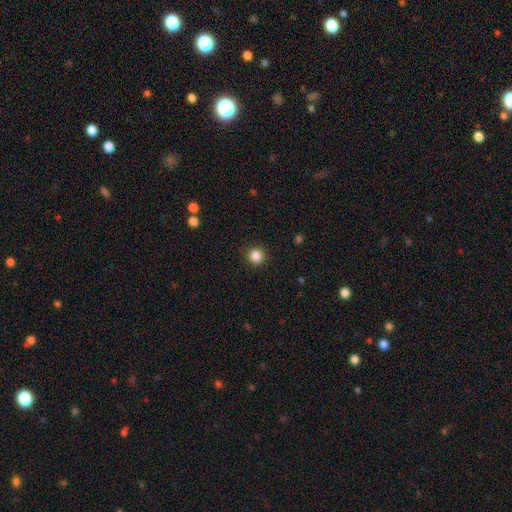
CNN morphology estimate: smooth-or-featured: smooth: 85% | star or artifact: 11% | featured or disk: 4%
  how-rounded: round: 93% | in between: 6% | cigar-shaped: 1%
  merging: none: 90% | minor disturbance: 6% | major disturbance: 2% | merger: 1%